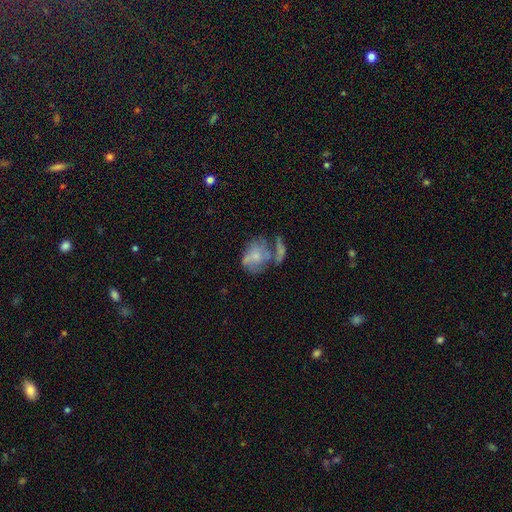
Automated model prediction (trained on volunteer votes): Smooth or featured? smooth (46%)
Merging? merger (31%)